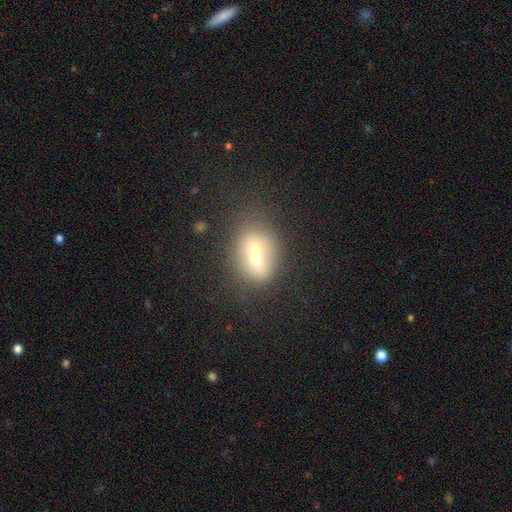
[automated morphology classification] smooth 56%, featured or disk 31%, star or artifact 12%. Down the decision tree: how rounded — round (54%); merging — merger (60%).